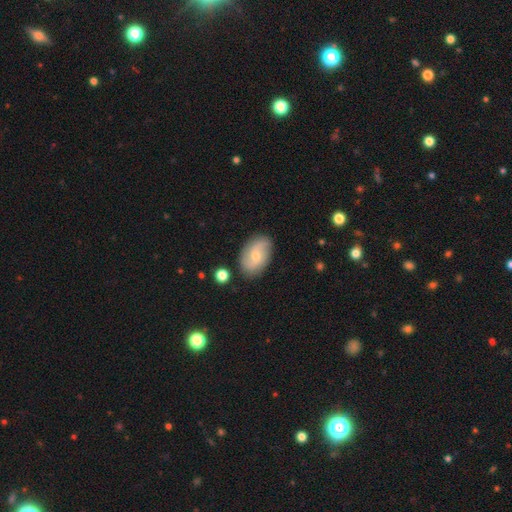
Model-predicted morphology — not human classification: Smooth or featured?
  - featured or disk: 56% *
  - smooth: 37%
  - star or artifact: 7%
Edge-on disk?
  - no: 96% *
  - yes: 4%
Bar?
  - no: 55% *
  - weak: 39%
  - strong: 6%
Spiral arms?
  - yes: 88% *
  - no: 12%
Bulge size?
  - small: 54% *
  - moderate: 41%
  - none: 3%
  - large: 2%
  - dominant: 1%
Merging?
  - none: 82% *
  - minor disturbance: 12%
  - major disturbance: 3%
  - merger: 2%